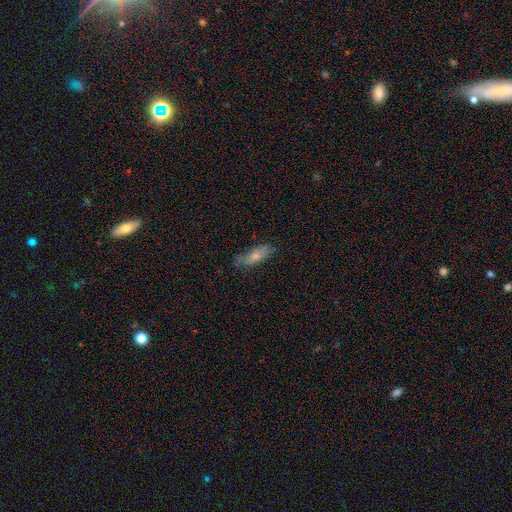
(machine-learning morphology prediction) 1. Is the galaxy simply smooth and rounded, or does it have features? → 73% smooth, 20% featured or disk, 7% star or artifact.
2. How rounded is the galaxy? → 65% in between, 33% cigar-shaped, 2% round.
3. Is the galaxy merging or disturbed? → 71% none, 23% minor disturbance, 5% major disturbance, 2% merger.